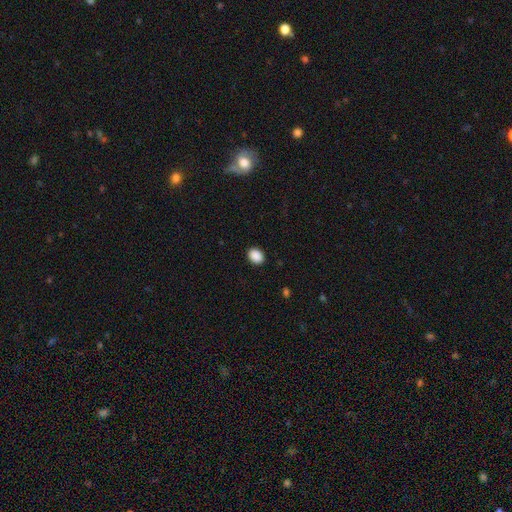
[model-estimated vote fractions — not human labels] Morphology: type=smooth (90%); roundness=in between (67%); merging=none (90%).